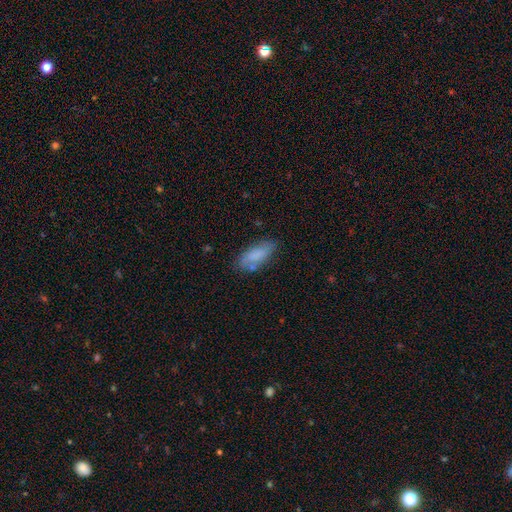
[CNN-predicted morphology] A smooth galaxy with no disk features (77%) that is in between round and cigar-shaped (76%). Merging: none (69%).